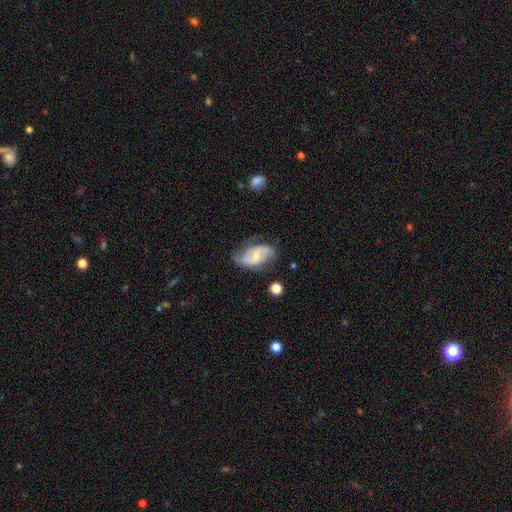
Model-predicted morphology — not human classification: featured or disk 66%, smooth 28%, star or artifact 7%. Down the decision tree: edge-on disk — no (96%); bar — weak (51%); spiral arms — yes (89%); spiral arm count — 2 (82%); spiral winding — medium (45%); bulge size — moderate (44%, tied with small); merging — none (62%).